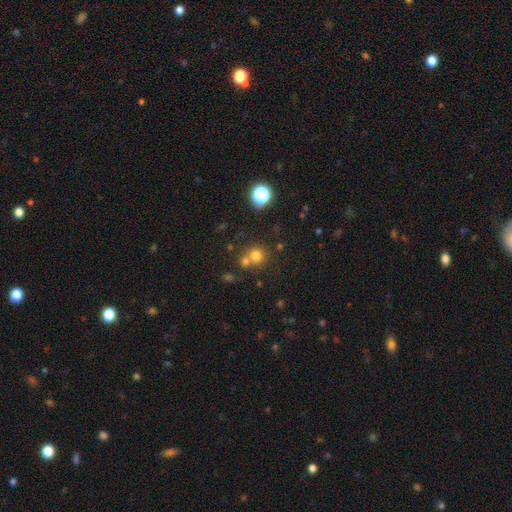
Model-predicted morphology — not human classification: The model was most divided on "merging": none: 58%, merger: 32%, minor disturbance: 7%, major disturbance: 3%. More confident: how rounded — round (90%); smooth or featured — smooth (71%).